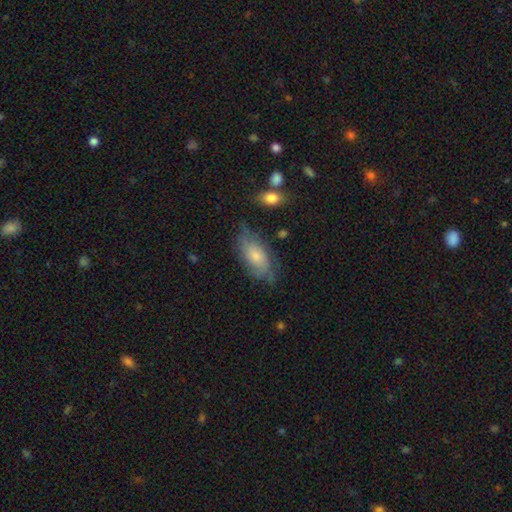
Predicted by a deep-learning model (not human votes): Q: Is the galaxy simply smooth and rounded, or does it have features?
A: smooth — 50%.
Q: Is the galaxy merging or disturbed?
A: none — 67%.